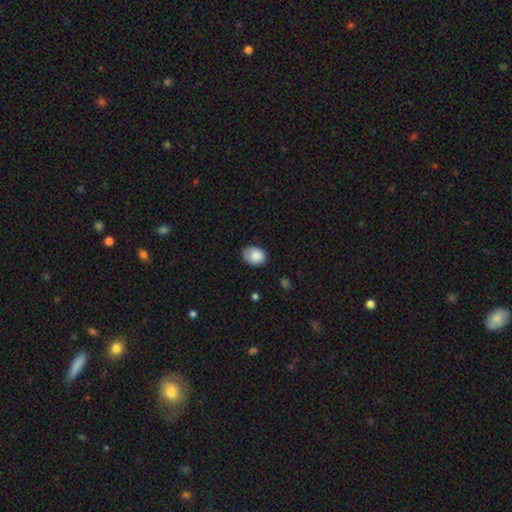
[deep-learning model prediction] Smooth or featured? smooth (85%)
How rounded? in between (67%)
Merging? none (66%)